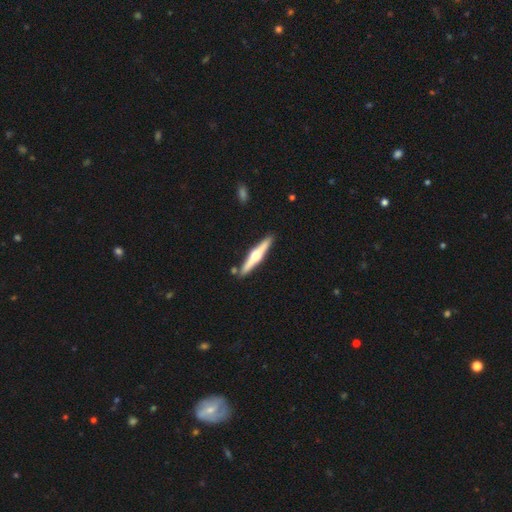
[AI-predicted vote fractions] A featured or disk galaxy (70%) viewed edge-on (98%) with a rounded central bulge (92%). Merging: none (87%).